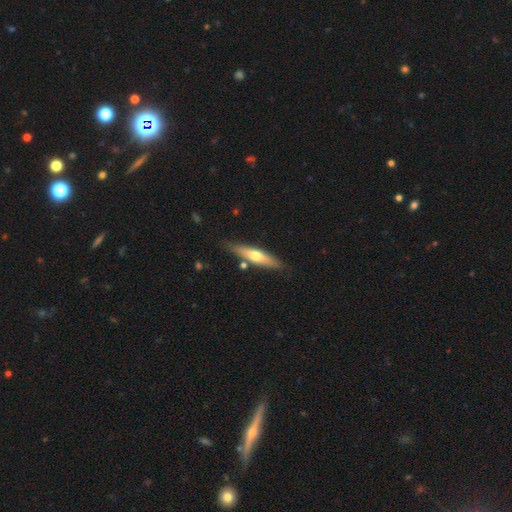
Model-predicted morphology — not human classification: A smooth galaxy with no disk features (52%) that is cigar-shaped (76%). Merging: none (80%).